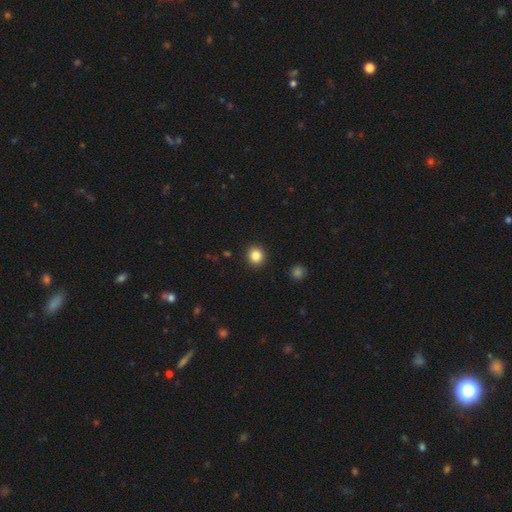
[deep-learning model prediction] A smooth galaxy with no disk features (85%) that is round (90%). Merging: none (92%).